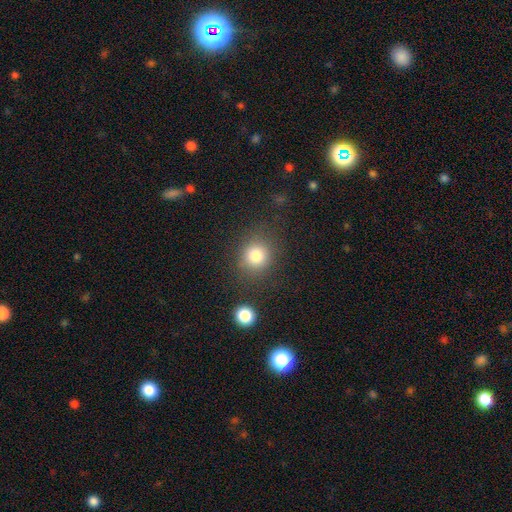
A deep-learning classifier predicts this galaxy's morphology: This appears to be a smooth galaxy with no disk features (81%) that is round (83%). Merging: none (79%).